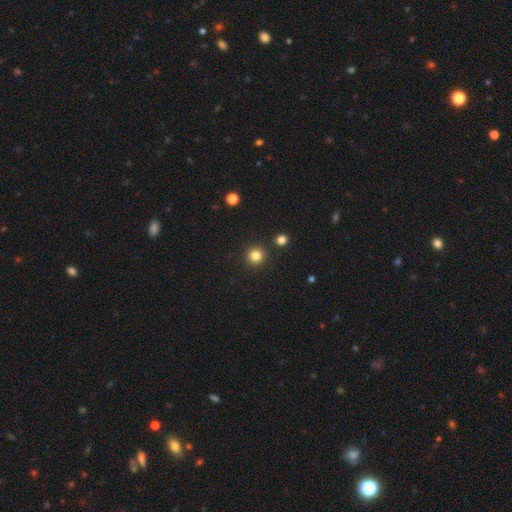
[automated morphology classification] A smooth galaxy with no disk features (83%) that is round (94%). Merging: none (91%).